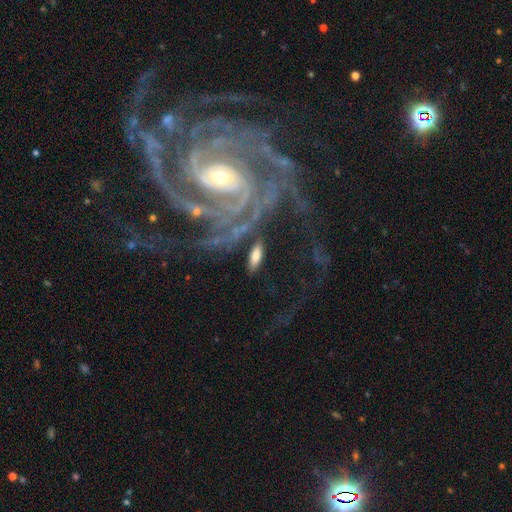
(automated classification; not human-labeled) Morphology: type=smooth (67%); roundness=in between (62%); merging=none (78%).